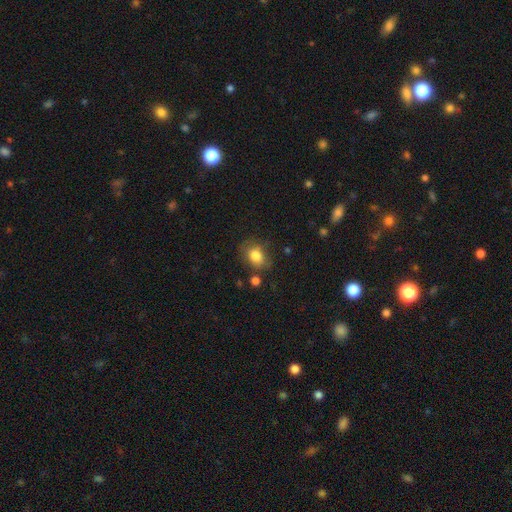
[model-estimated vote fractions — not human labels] Overall: smooth (81%). How rounded: in between (61%; round 38%). Merging: none (68%).